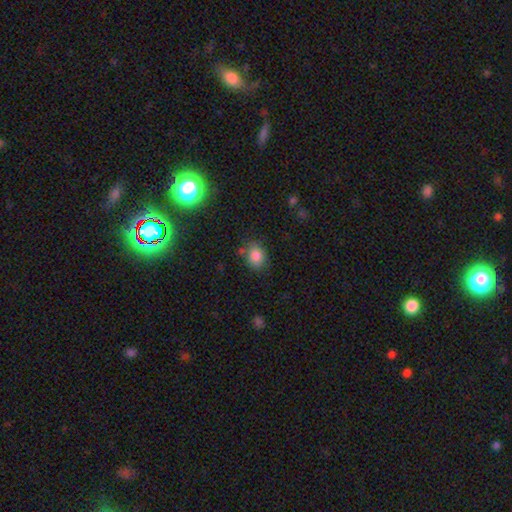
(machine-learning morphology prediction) type=smooth (83%); roundness=in between (57%); merging=none (74%).